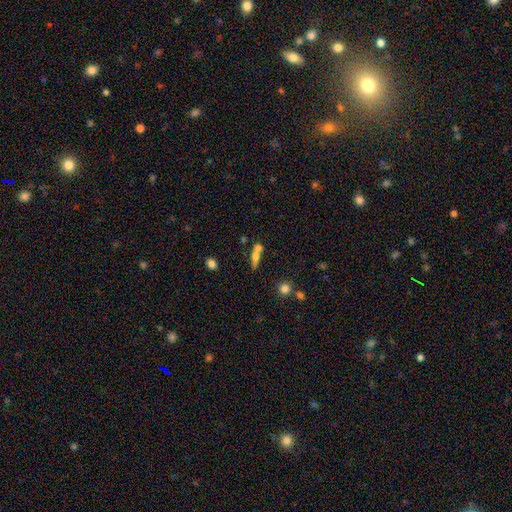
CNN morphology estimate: Smooth or featured?
  - smooth: 55% *
  - featured or disk: 35%
  - star or artifact: 10%
How rounded?
  - cigar-shaped: 51% *
  - in between: 40%
  - round: 9%
Merging?
  - none: 44% *
  - merger: 39%
  - minor disturbance: 12%
  - major disturbance: 5%